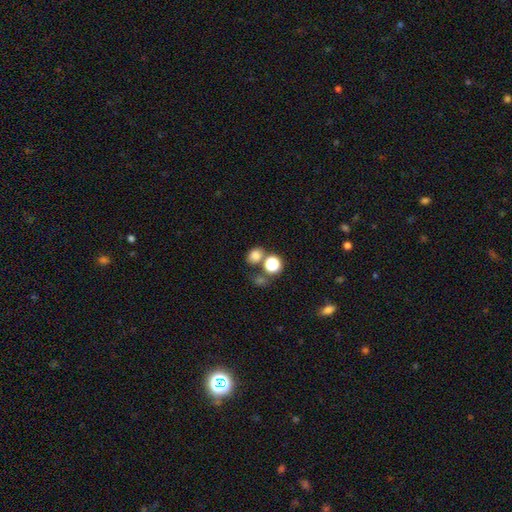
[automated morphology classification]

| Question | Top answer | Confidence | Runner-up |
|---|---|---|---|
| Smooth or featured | smooth | 76% | star or artifact (16%) |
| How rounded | round | 57% | in between (42%) |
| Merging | none | 61% | merger (23%) |